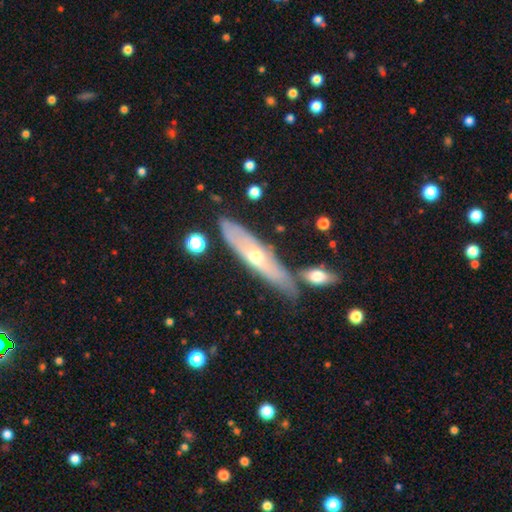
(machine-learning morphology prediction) Q: Smooth or featured?
A: featured or disk (60%); runner-up: smooth (35%)
Q: Edge-on disk?
A: yes (60%); runner-up: no (40%)
Q: Merging?
A: none (67%); runner-up: minor disturbance (17%)